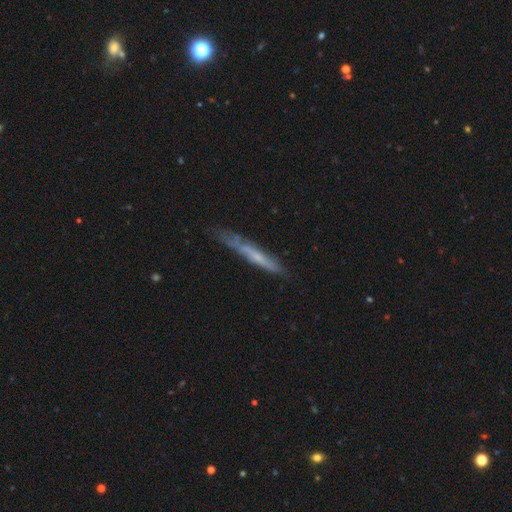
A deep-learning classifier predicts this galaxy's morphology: Overall: featured or disk (47%; smooth 45%). Merging: none (67%).